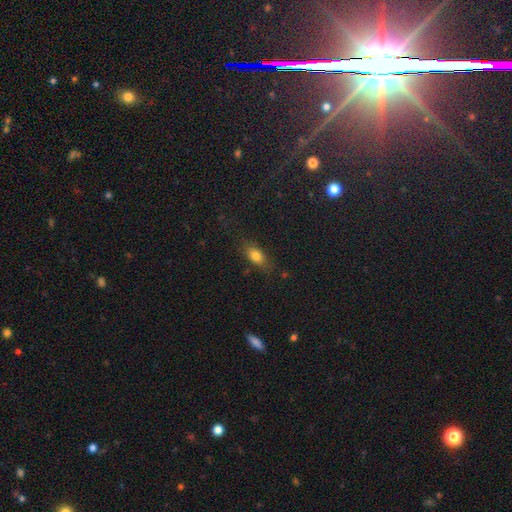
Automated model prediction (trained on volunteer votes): Morphology: type=smooth (77%); roundness=in between (78%); merging=none (75%).